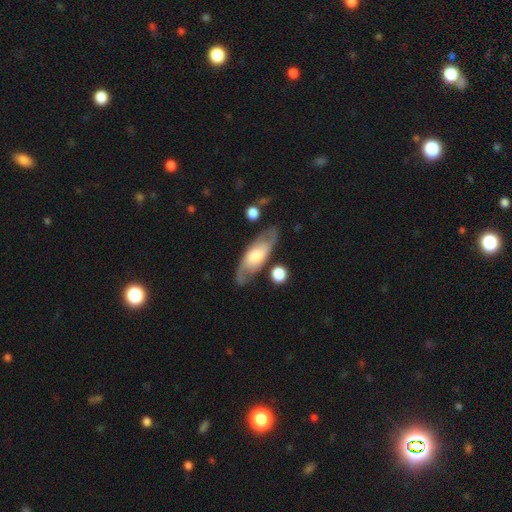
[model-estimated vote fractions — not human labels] Overall: featured or disk (61%; smooth 33%). Edge-on disk: no (73%). Merging: none (74%).